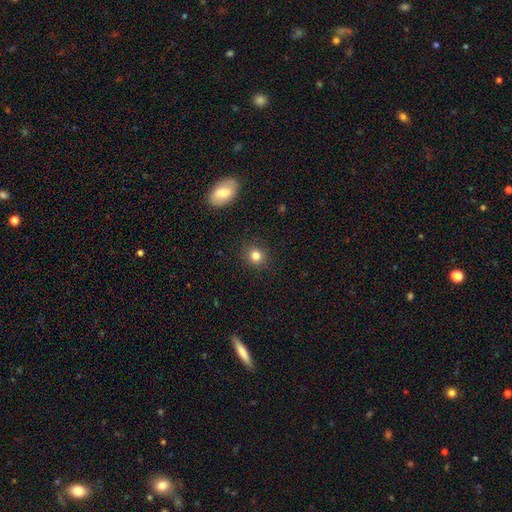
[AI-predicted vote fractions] Smooth or featured: smooth — 82% (star or artifact — 12%)
How rounded: round — 85% (in between — 14%)
Merging: none — 90% (minor disturbance — 7%)